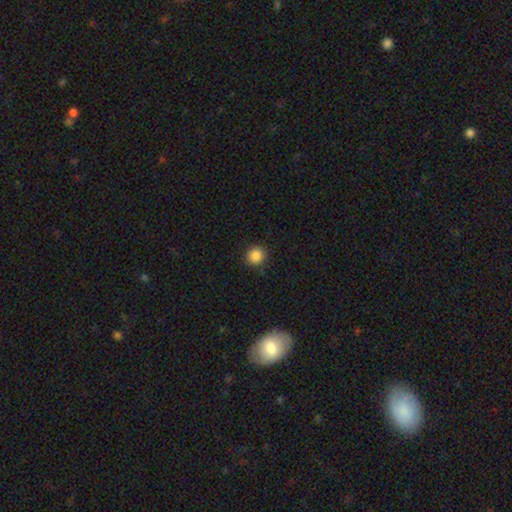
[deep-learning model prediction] Morphology: type=smooth (85%); roundness=round (91%); merging=none (90%).